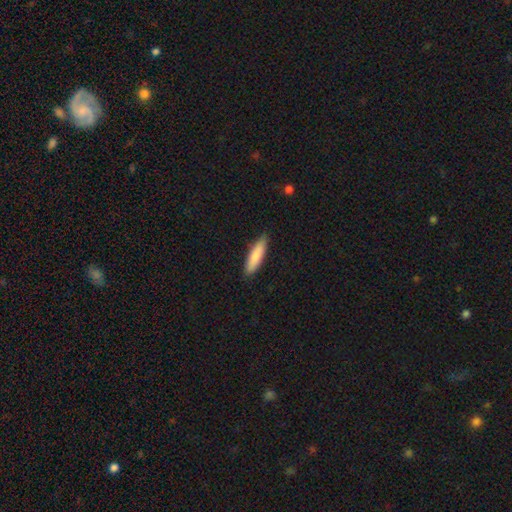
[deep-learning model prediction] Smooth or featured?
  - smooth: 85% *
  - featured or disk: 10%
  - star or artifact: 5%
How rounded?
  - cigar-shaped: 71% *
  - in between: 28%
  - round: 1%
Merging?
  - none: 86% *
  - minor disturbance: 11%
  - major disturbance: 2%
  - merger: 1%